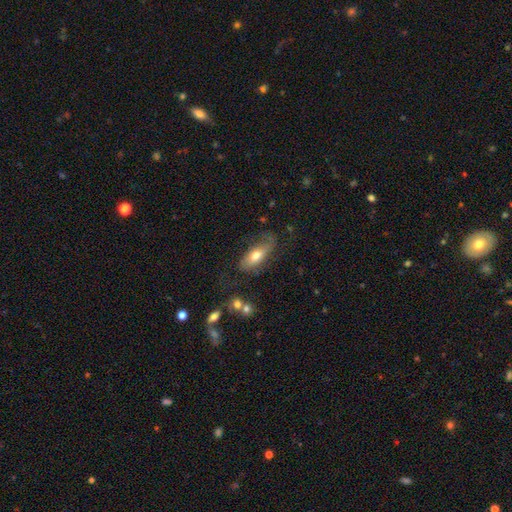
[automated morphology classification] smooth_or_featured: smooth (p=0.62) [alt: featured or disk p=0.31]
how_rounded: in between (p=0.76) [alt: cigar-shaped p=0.20]
merging: none (p=0.52) [alt: minor disturbance p=0.27]